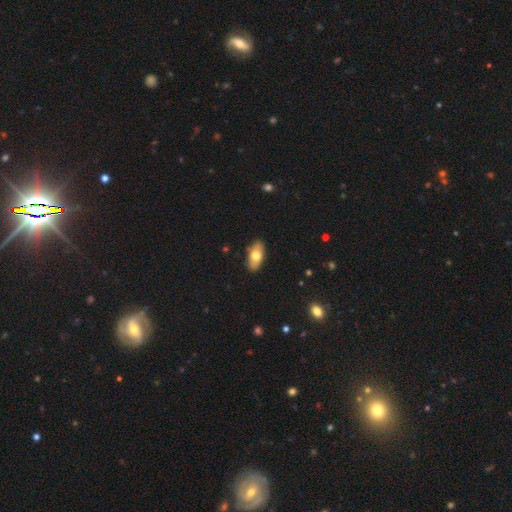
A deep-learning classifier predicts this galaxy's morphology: The model was most divided on "smooth or featured": smooth: 69%, featured or disk: 25%, star or artifact: 6%. More confident: how rounded — in between (88%); merging — none (86%).